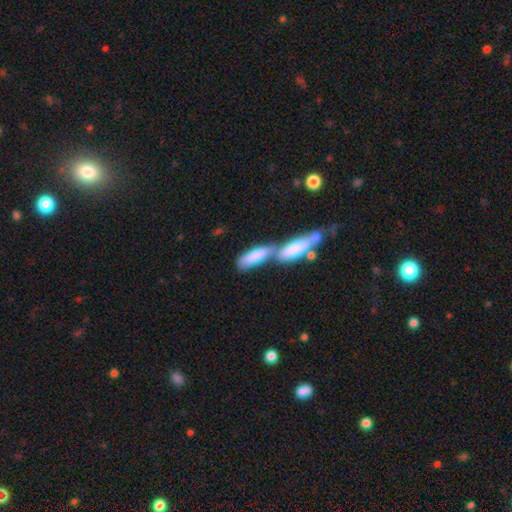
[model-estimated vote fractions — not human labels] This appears to be a smooth galaxy with no disk features (78%) that is in between round and cigar-shaped (55%). Merging: merger (62%).